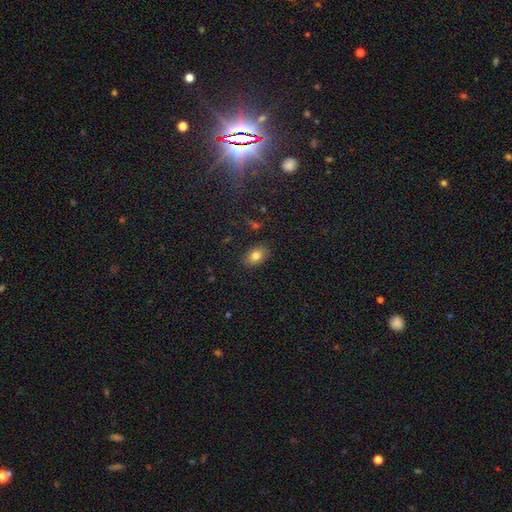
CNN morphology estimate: A smooth galaxy with no disk features (79%) that is in between round and cigar-shaped (86%). Merging: none (85%).